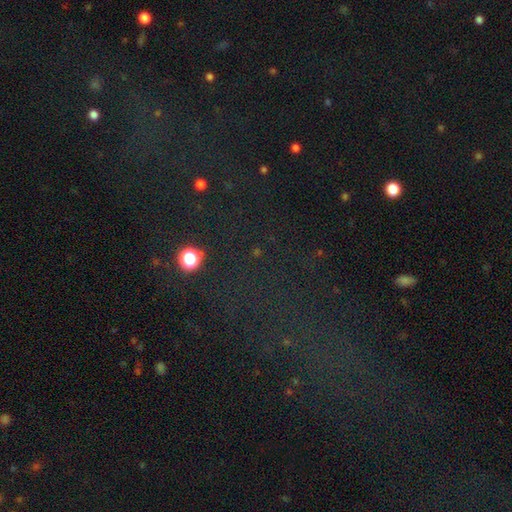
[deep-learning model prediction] Smooth or featured? star or artifact (68%)